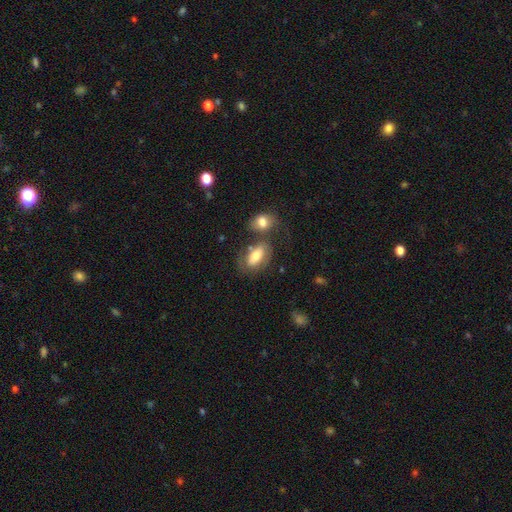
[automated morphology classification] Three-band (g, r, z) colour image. It shows a smooth galaxy with no disk features (69%) that is in between round and cigar-shaped (90%). Merging: none (48%).